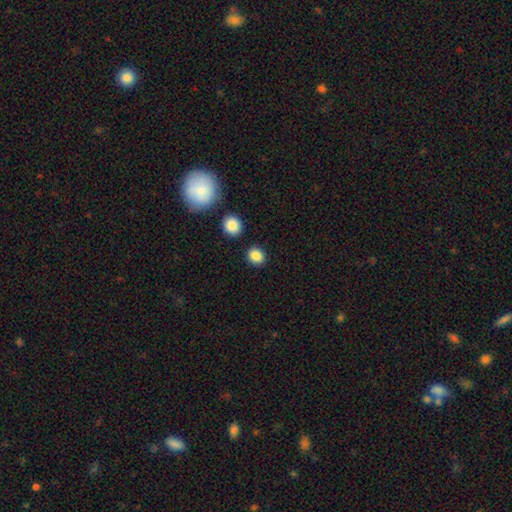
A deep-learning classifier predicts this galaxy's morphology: A smooth galaxy with no disk features (86%) that is round (71%). Merging: none (87%).